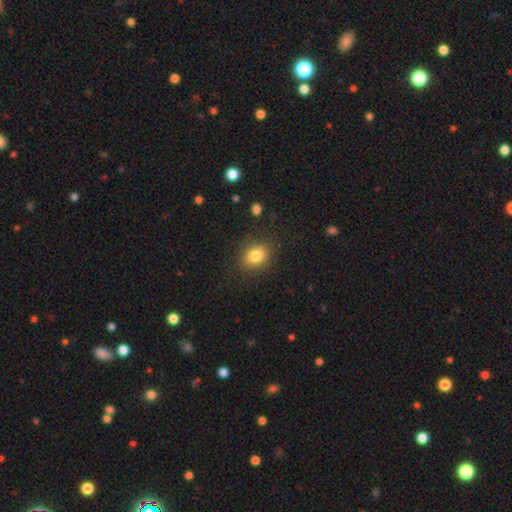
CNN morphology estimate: Smooth or featured? smooth (81%)
How rounded? round (55%)
Merging? none (86%)